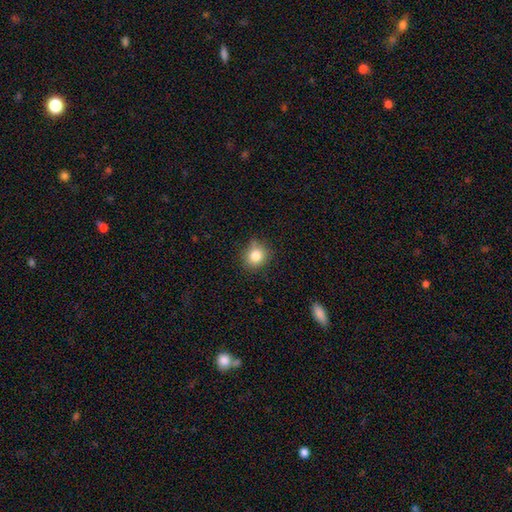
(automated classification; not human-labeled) This appears to be a smooth galaxy with no disk features (83%) that is round (78%). Merging: none (76%).